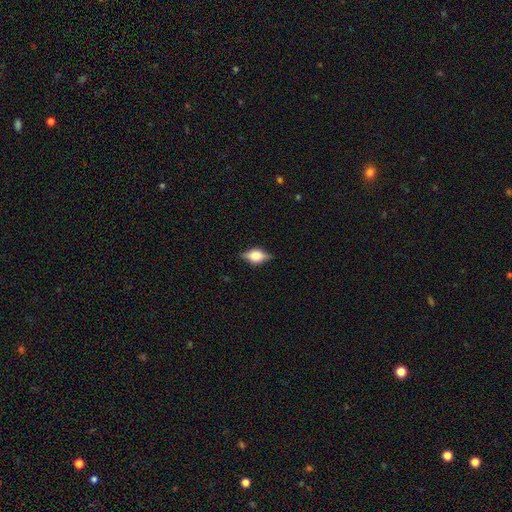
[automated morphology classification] type=featured or disk (53%); edge-on=yes (93%); merging=none (82%).